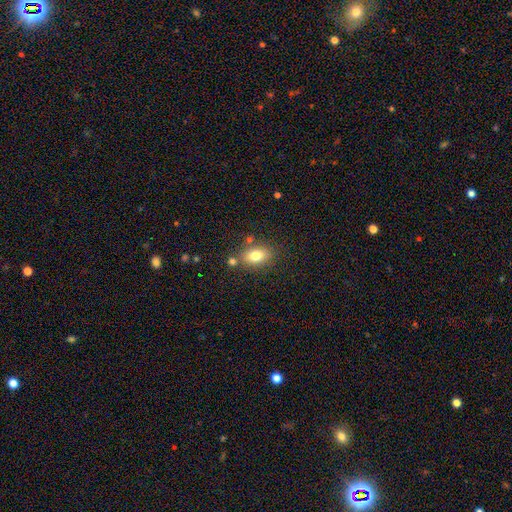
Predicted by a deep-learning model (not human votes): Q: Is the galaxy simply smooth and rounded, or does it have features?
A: smooth — 77%.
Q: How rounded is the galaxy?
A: in between — 78%.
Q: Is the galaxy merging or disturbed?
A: none — 73%.